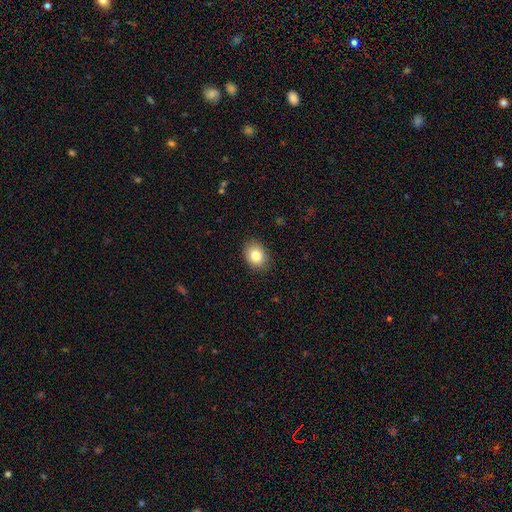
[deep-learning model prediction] Overall: smooth (83%). How rounded: in between (60%; round 39%). Merging: none (88%).